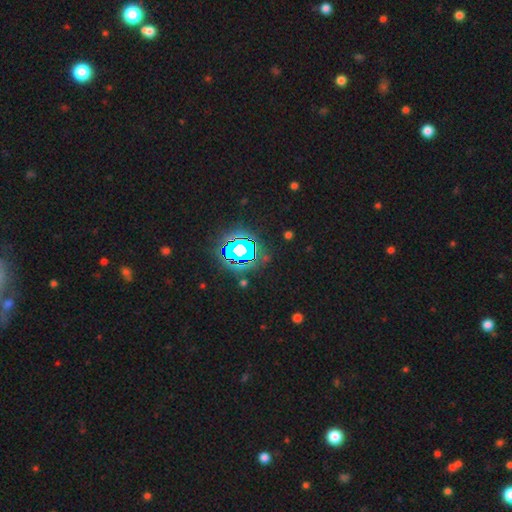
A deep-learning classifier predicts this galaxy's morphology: Overall: star or artifact (82%).